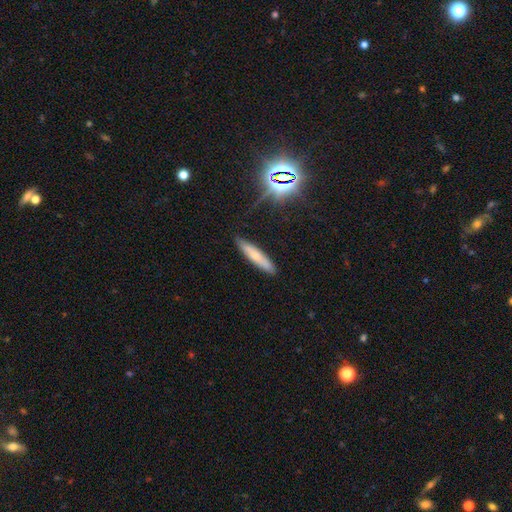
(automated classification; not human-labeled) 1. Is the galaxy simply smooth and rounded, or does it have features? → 64% smooth, 25% featured or disk, 11% star or artifact.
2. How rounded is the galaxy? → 87% cigar-shaped, 11% in between, 2% round.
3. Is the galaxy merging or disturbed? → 87% none, 9% minor disturbance, 2% major disturbance, 2% merger.